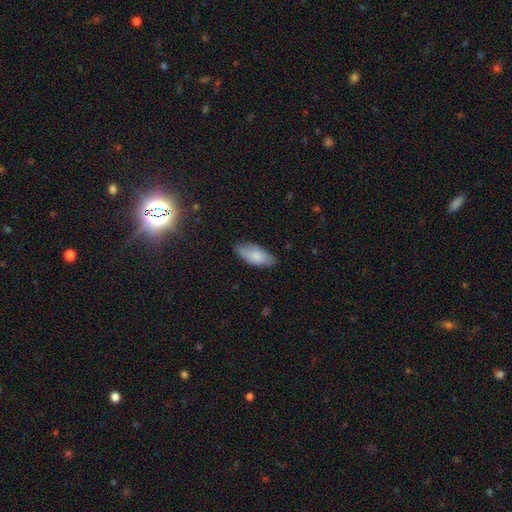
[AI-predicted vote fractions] The model was most divided on "merging": none: 74%, minor disturbance: 20%, major disturbance: 4%, merger: 1%. More confident: how rounded — in between (85%); smooth or featured — smooth (80%).